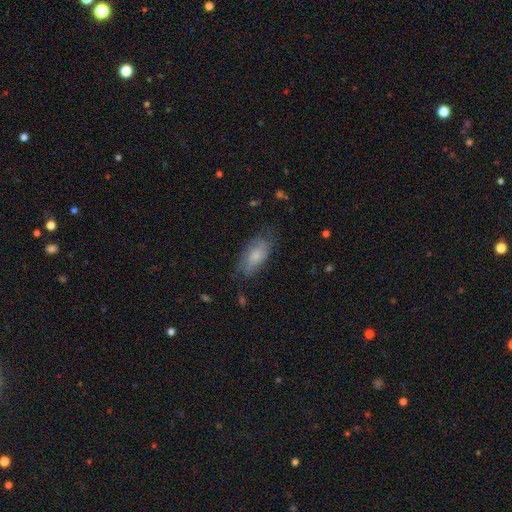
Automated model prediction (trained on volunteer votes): A smooth galaxy with no disk features (70%) that is in between round and cigar-shaped (89%). Merging: none (65%).